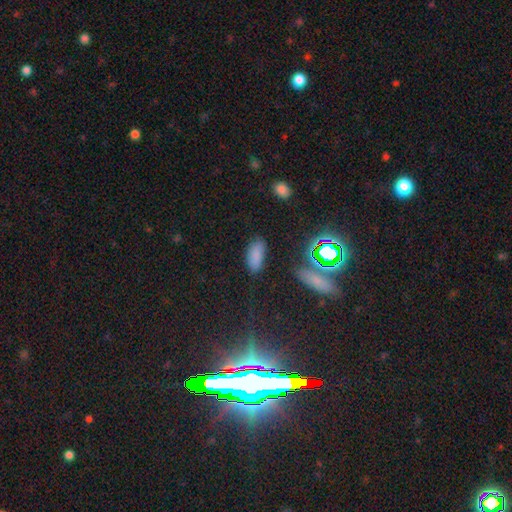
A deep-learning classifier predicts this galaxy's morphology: This is likely a smooth galaxy (78%). How rounded: clearly in between (87%). Merging: likely none (79%).